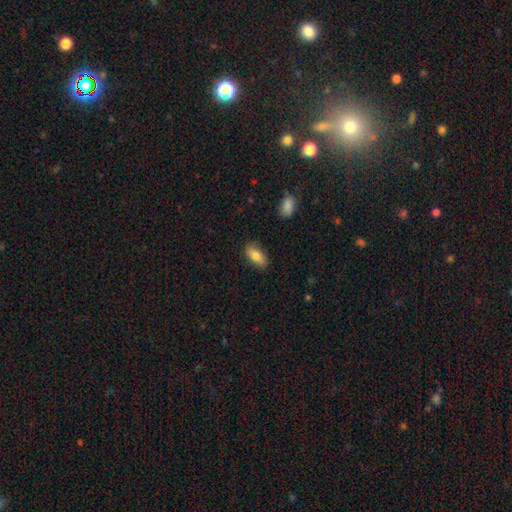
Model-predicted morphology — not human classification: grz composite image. It shows a smooth galaxy with no disk features (82%) that is in between round and cigar-shaped (88%). Merging: none (84%).